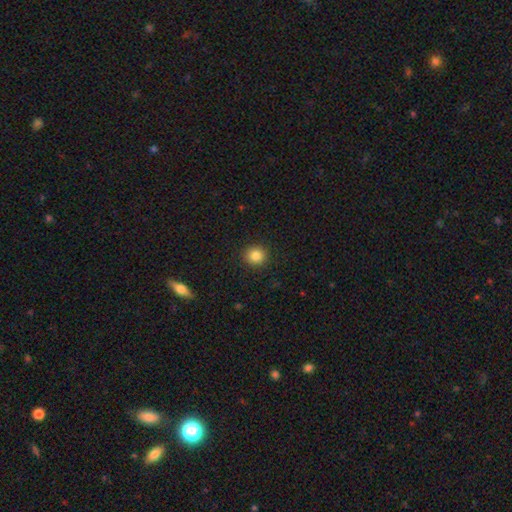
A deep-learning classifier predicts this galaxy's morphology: Smooth or featured?
  - smooth: 85% *
  - star or artifact: 11%
  - featured or disk: 5%
How rounded?
  - round: 91% *
  - in between: 8%
  - cigar-shaped: 1%
Merging?
  - none: 92% *
  - minor disturbance: 6%
  - major disturbance: 2%
  - merger: 1%